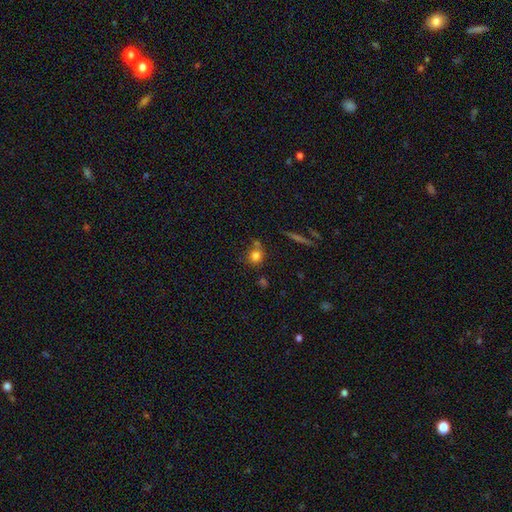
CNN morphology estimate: Smooth or featured?
  - smooth: 79% *
  - star or artifact: 12%
  - featured or disk: 9%
How rounded?
  - round: 84% *
  - in between: 15%
  - cigar-shaped: 2%
Merging?
  - none: 65% *
  - minor disturbance: 15%
  - merger: 15%
  - major disturbance: 5%